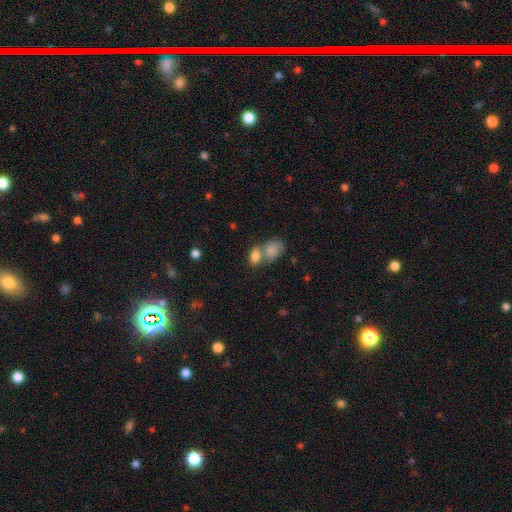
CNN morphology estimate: smooth-or-featured: smooth: 82% | featured or disk: 10% | star or artifact: 8%
  how-rounded: in between: 84% | round: 13% | cigar-shaped: 2%
  merging: merger: 56% | none: 31% | minor disturbance: 9% | major disturbance: 4%